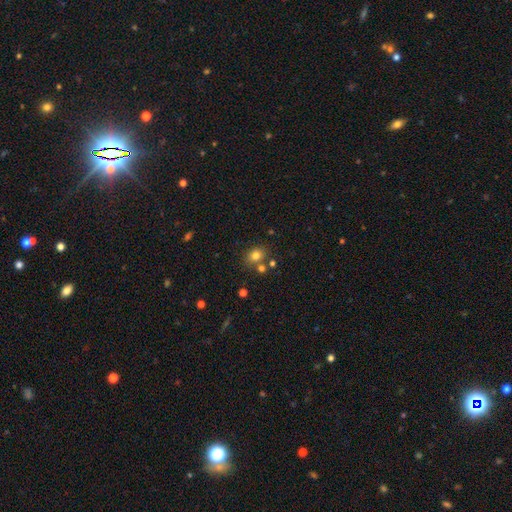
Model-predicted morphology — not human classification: This is likely a smooth galaxy (78%). How rounded: possibly round (54%). Merging: likely none (70%).